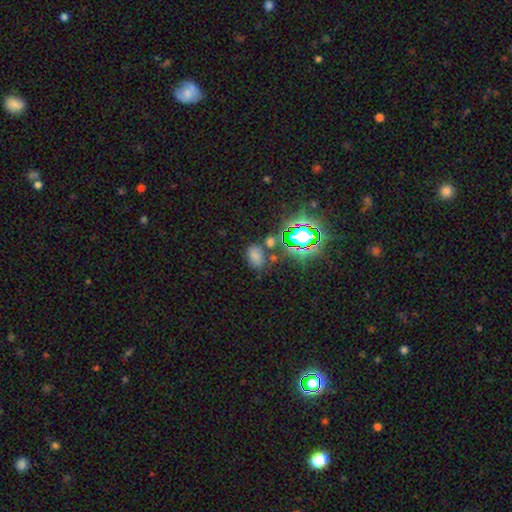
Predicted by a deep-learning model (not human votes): This is likely a smooth galaxy (61%). How rounded: likely in between (79%). Merging: likely none (67%).